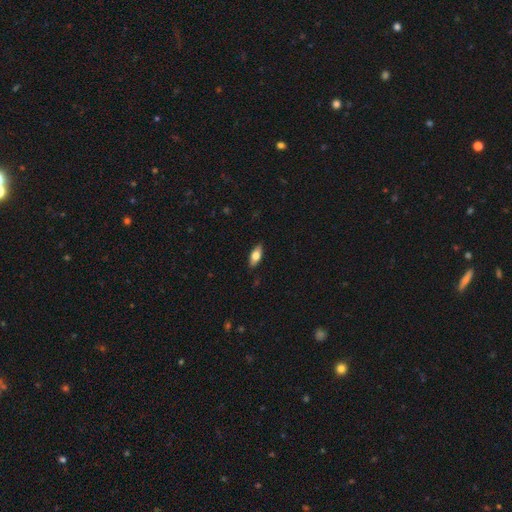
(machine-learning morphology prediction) Overall: smooth (69%). How rounded: in between (82%). Merging: none (87%).